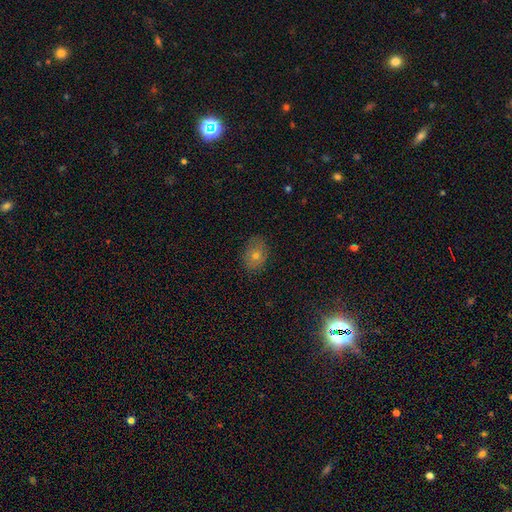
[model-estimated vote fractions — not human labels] This is possibly a smooth galaxy (52%). How rounded: likely in between (61%). Merging: likely none (80%).